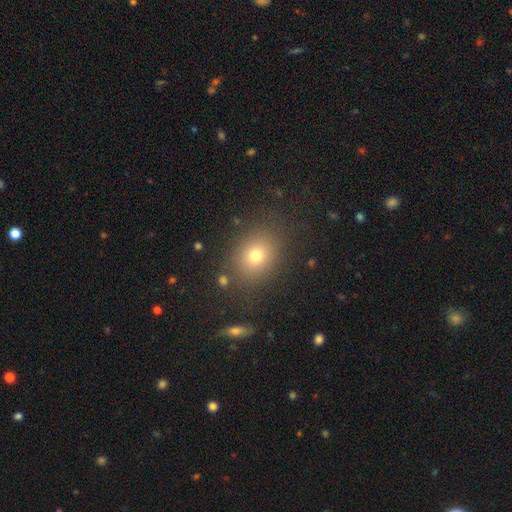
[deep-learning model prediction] A smooth galaxy with no disk features (73%) that is round (53%). Merging: none (82%).